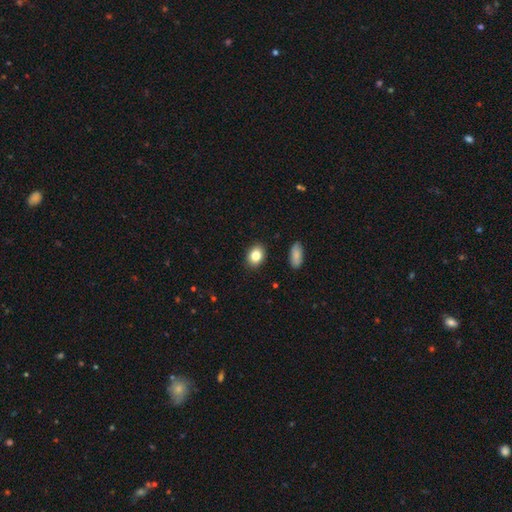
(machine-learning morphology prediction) Overall: smooth (82%). How rounded: in between (66%; round 33%). Merging: none (89%).